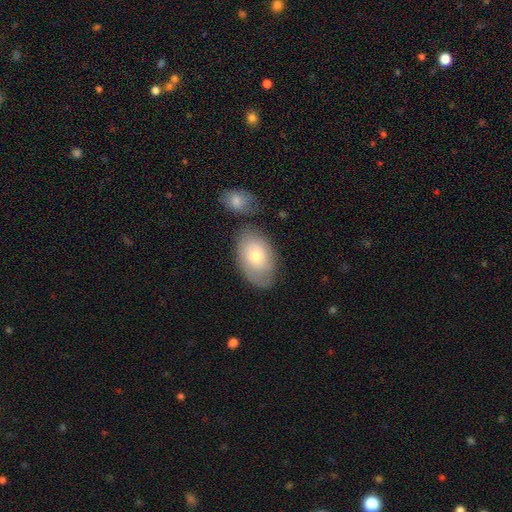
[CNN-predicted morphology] smooth-or-featured: smooth: 64% | featured or disk: 29% | star or artifact: 7%
  how-rounded: in between: 88% | round: 11% | cigar-shaped: 1%
  merging: none: 65% | minor disturbance: 19% | merger: 11% | major disturbance: 6%